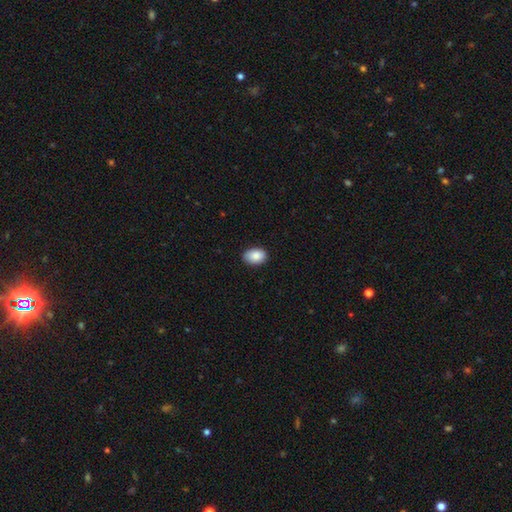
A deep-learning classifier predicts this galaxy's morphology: This appears to be a smooth galaxy with no disk features (88%) that is in between round and cigar-shaped (85%). Merging: none (87%).